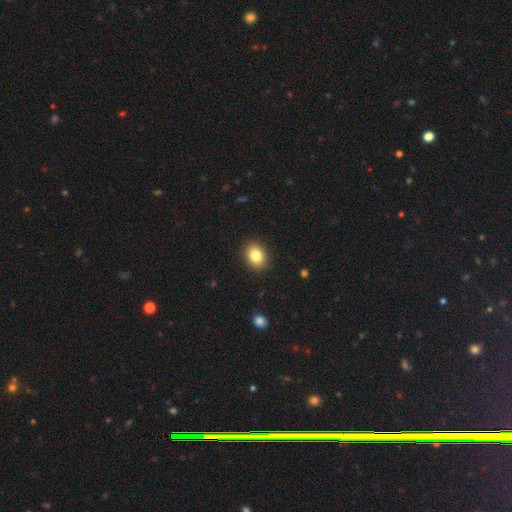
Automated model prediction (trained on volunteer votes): Smooth or featured: smooth — 83% (star or artifact — 9%)
How rounded: in between — 57% (round — 42%)
Merging: none — 89% (minor disturbance — 7%)